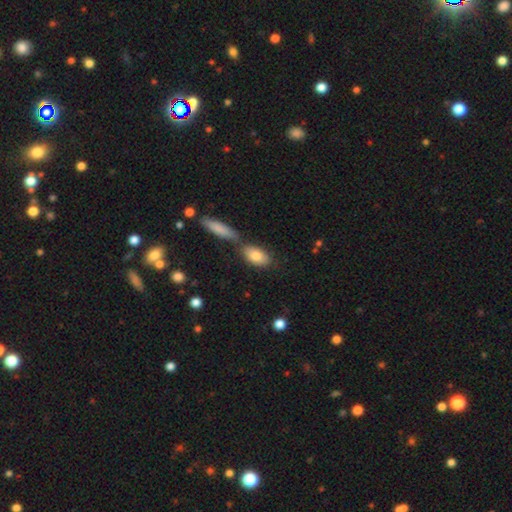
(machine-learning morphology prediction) Smooth or featured: smooth — 81% (featured or disk — 13%)
How rounded: in between — 87% (cigar-shaped — 7%)
Merging: none — 56% (merger — 28%)